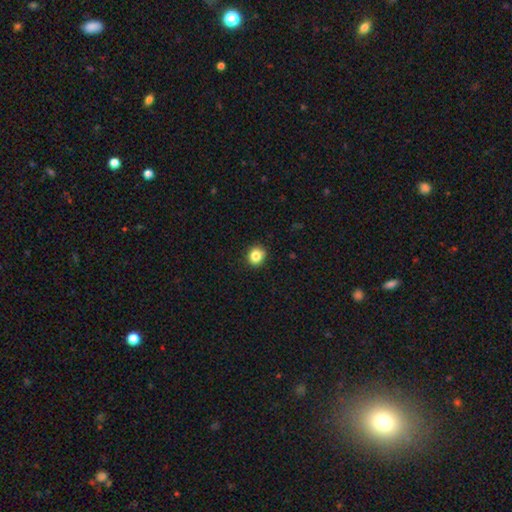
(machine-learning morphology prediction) This appears to be a smooth galaxy with no disk features (84%) that is round (82%). Merging: none (91%).